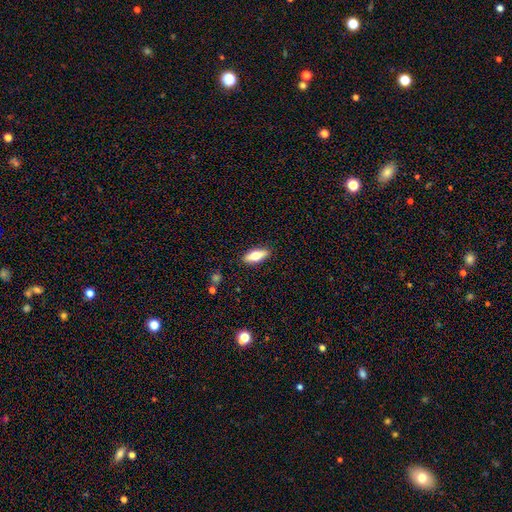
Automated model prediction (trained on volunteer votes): smooth-or-featured: smooth: 63% | featured or disk: 31% | star or artifact: 6%
  how-rounded: in between: 63% | cigar-shaped: 34% | round: 3%
  merging: none: 89% | minor disturbance: 8% | major disturbance: 2% | merger: 1%